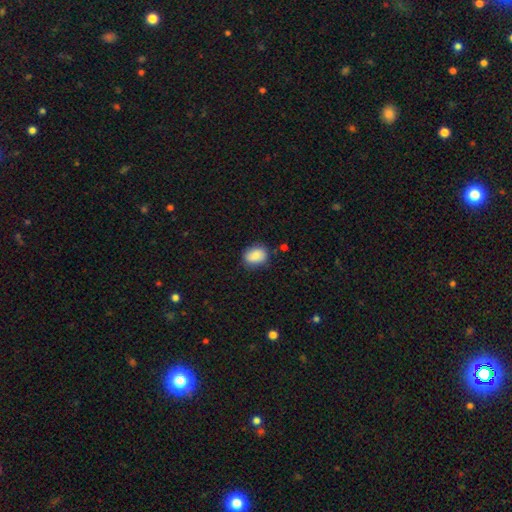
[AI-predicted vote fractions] This appears to be a smooth galaxy with no disk features (86%) that is in between round and cigar-shaped (60%). Merging: none (78%).